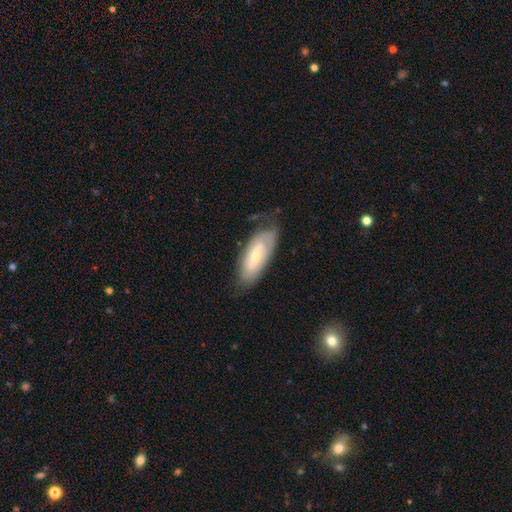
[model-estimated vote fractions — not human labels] Smooth or featured? Predicted: featured or disk (p=0.63). Edge-on disk? Predicted: no (p=0.88). Bar? Predicted: weak (p=0.47). Spiral arms? Predicted: yes (p=0.82). Bulge size? Predicted: small (p=0.57). Merging? Predicted: none (p=0.67).